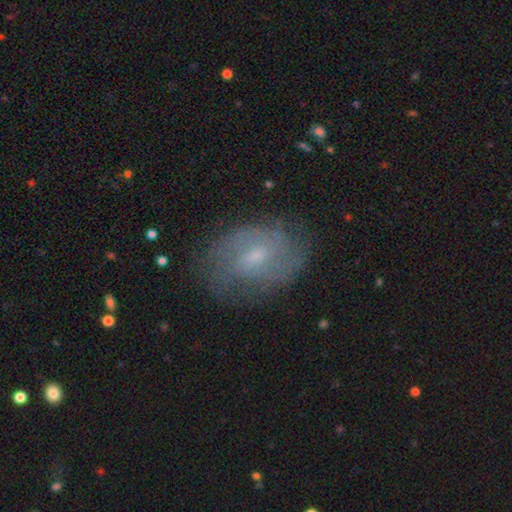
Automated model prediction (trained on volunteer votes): Smooth or featured?
  - featured or disk: 67% *
  - smooth: 25%
  - star or artifact: 9%
Edge-on disk?
  - no: 96% *
  - yes: 4%
Bar?
  - weak: 56% *
  - no: 35%
  - strong: 10%
Spiral arms?
  - yes: 84% *
  - no: 16%
Spiral winding?
  - tight: 43% *
  - medium: 41%
  - loose: 16%
Spiral arm count?
  - 2: 46% *
  - can't tell: 36%
  - 3: 8%
  - 1: 4%
  - 4: 3%
  - more than 4: 3%
Bulge size?
  - small: 48% *
  - moderate: 40%
  - none: 8%
  - large: 3%
  - dominant: 1%
Merging?
  - none: 73% *
  - minor disturbance: 18%
  - major disturbance: 7%
  - merger: 1%